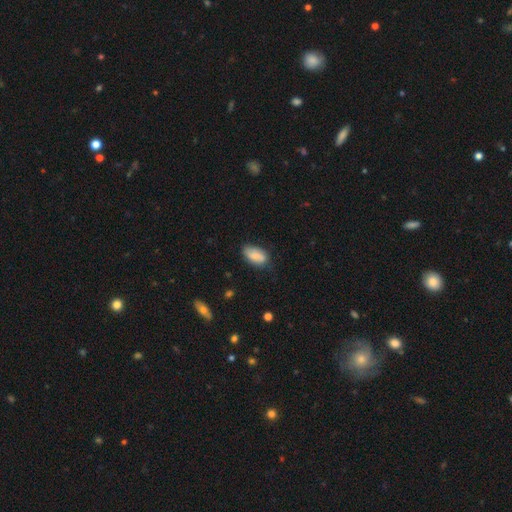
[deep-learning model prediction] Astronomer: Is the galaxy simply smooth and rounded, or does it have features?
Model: smooth — 81%.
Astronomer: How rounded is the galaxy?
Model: in between — 93%.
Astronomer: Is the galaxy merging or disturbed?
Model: none — 65%.